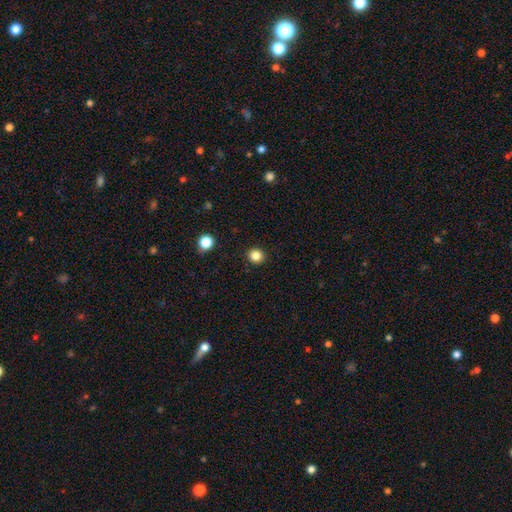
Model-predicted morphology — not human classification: A smooth galaxy with no disk features (84%) that is round (87%).

Vote fractions:
- Smooth or featured? smooth: 84% / star or artifact: 12% / featured or disk: 4%
- How rounded? round: 87% / in between: 12% / cigar-shaped: 1%
- Merging? none: 92% / minor disturbance: 5% / major disturbance: 2% / merger: 1%